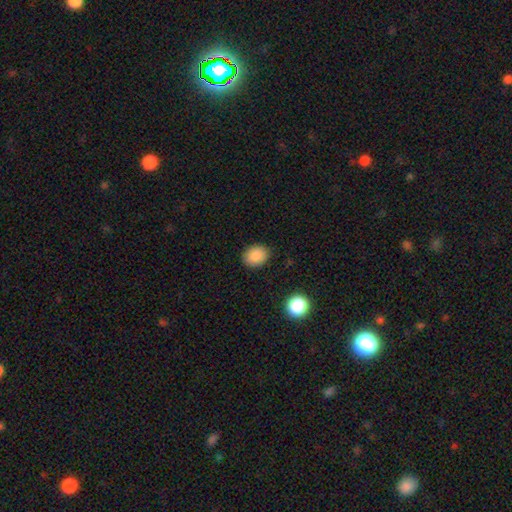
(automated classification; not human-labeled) The model was most divided on "how rounded": in between: 55%, round: 44%, cigar-shaped: 1%. More confident: smooth or featured — smooth (87%); merging — none (87%).